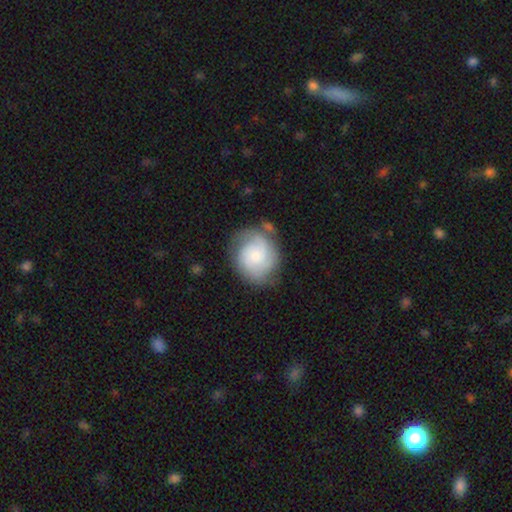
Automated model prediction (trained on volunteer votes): smooth_or_featured: featured or disk (p=0.56) [alt: smooth p=0.37]
disk_edge_on: no (p=0.98) [alt: yes p=0.02]
bar: no (p=0.76) [alt: weak p=0.21]
has_spiral_arms: yes (p=0.89) [alt: no p=0.11]
bulge_size: small (p=0.53) [alt: moderate p=0.28]
merging: none (p=0.64) [alt: minor disturbance p=0.22]